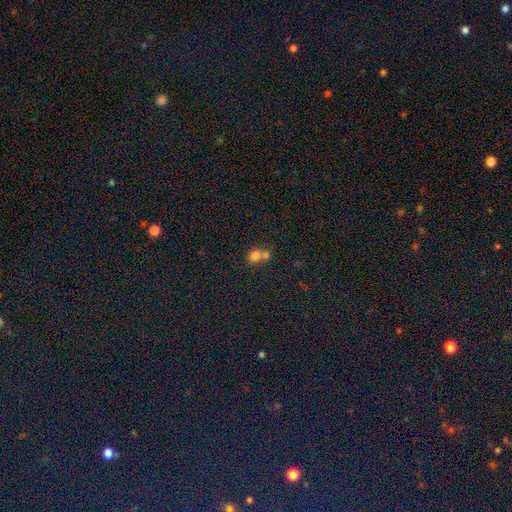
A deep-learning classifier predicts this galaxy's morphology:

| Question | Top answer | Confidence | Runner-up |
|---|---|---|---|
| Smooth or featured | smooth | 77% | star or artifact (12%) |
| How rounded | round | 71% | in between (28%) |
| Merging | merger | 56% | none (34%) |